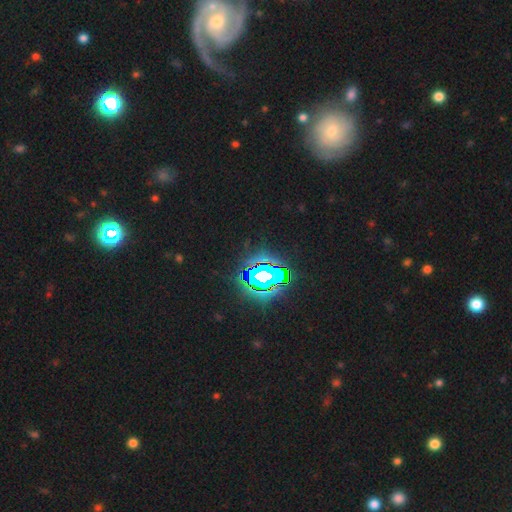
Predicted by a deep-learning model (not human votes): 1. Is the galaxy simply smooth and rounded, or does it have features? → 79% star or artifact, 11% smooth, 10% featured or disk.